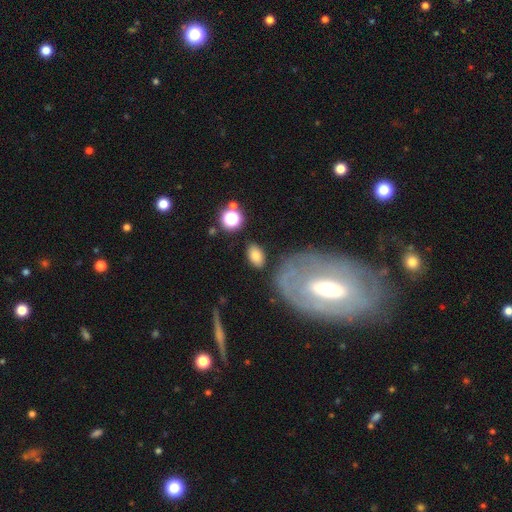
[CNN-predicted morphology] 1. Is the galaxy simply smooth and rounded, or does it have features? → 79% smooth, 13% featured or disk, 8% star or artifact.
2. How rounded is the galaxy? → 89% in between, 9% round, 2% cigar-shaped.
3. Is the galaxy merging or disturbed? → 80% none, 11% minor disturbance, 5% major disturbance, 5% merger.